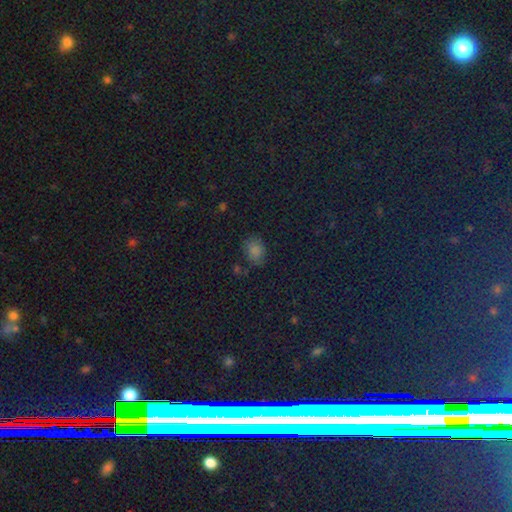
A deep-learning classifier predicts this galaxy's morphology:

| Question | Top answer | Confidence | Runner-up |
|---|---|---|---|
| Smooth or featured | smooth | 63% | star or artifact (31%) |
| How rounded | in between | 61% | round (37%) |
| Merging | none | 78% | minor disturbance (15%) |